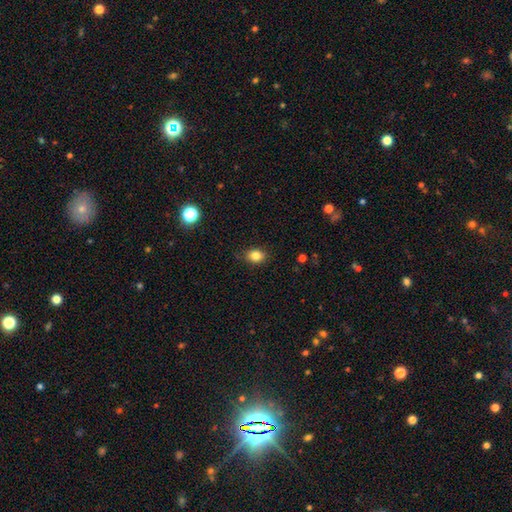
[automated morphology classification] This is clearly a smooth galaxy (83%). How rounded: possibly in between (59%). Merging: clearly none (84%).